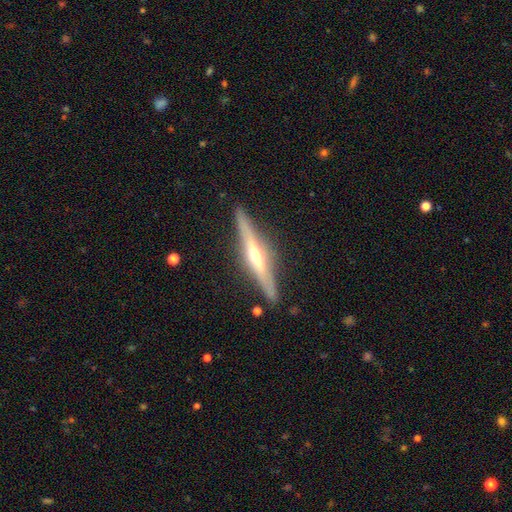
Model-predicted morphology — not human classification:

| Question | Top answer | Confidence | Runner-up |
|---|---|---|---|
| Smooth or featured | featured or disk | 78% | smooth (17%) |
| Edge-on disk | yes | 97% | no (3%) |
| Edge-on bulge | rounded | 84% | none (9%) |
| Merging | none | 88% | minor disturbance (9%) |